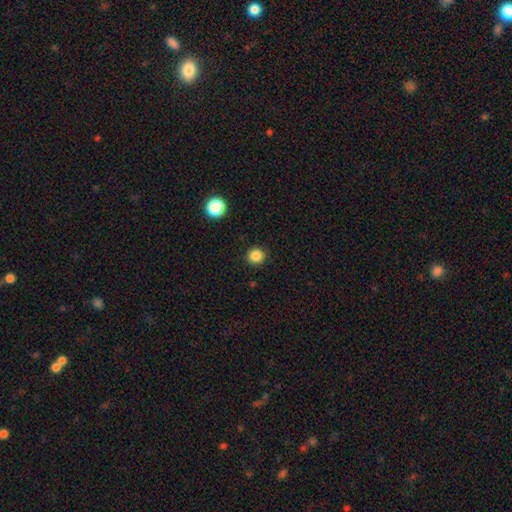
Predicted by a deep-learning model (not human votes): A smooth galaxy with no disk features (85%) that is round (94%). Merging: none (91%).